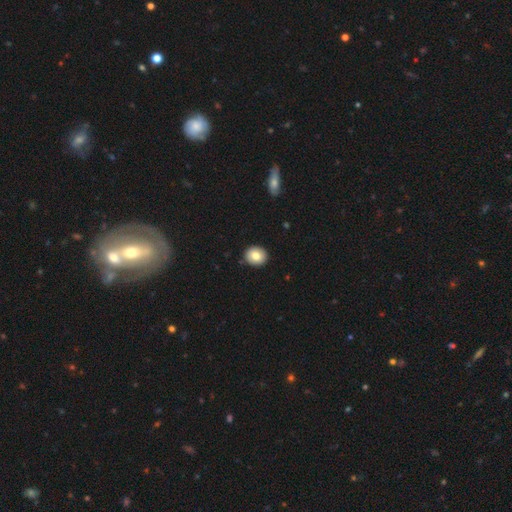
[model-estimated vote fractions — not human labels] The model was most divided on "how rounded": round: 74%, in between: 25%, cigar-shaped: 1%. More confident: merging — none (91%); smooth or featured — smooth (81%).